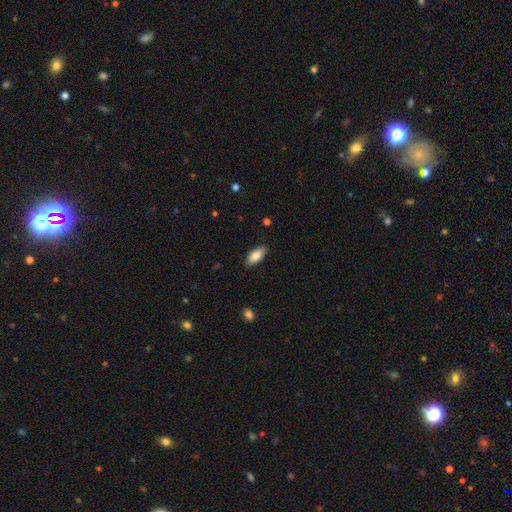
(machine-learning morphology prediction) A smooth galaxy with no disk features (84%) that is in between round and cigar-shaped (87%). Merging: none (87%).